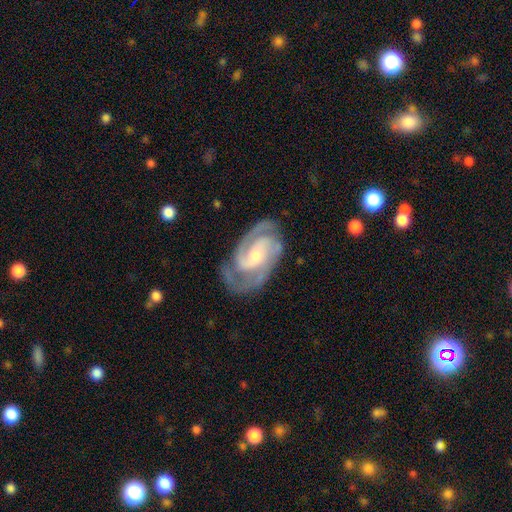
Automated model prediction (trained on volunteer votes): The model was most divided on "bar": no: 42%, weak: 41%, strong: 17%. Remaining: spiral arms — yes (98%); edge-on disk — no (97%); smooth or featured — featured or disk (91%); merging — none (76%); spiral arm count — 2 (62%); bulge size — moderate (50%); spiral winding — tight (50%).